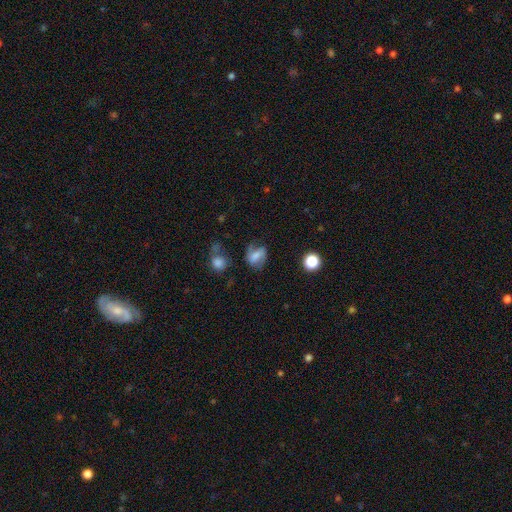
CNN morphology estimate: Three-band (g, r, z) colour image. It shows a smooth galaxy with no disk features (47%). Merging: none (57%).